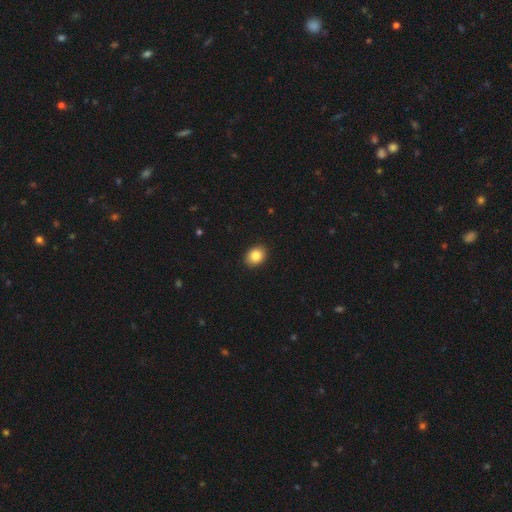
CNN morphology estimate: Smooth or featured? Predicted: smooth (p=0.86). How rounded? Predicted: in between (p=0.53). Merging? Predicted: none (p=0.90).